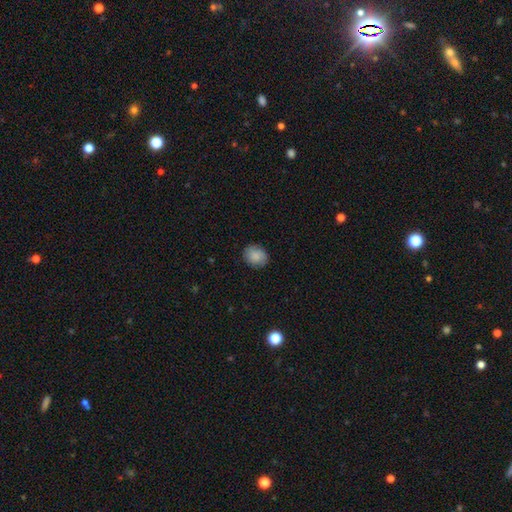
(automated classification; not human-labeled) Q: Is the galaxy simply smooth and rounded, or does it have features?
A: smooth — 86%.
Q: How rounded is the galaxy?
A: round — 61%.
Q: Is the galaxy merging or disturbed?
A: none — 86%.